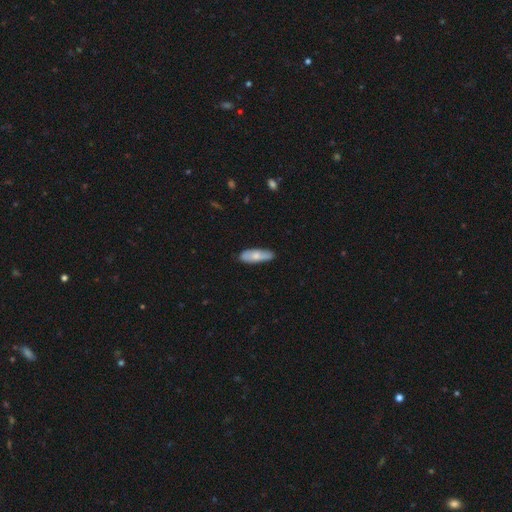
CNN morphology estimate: smooth_or_featured: smooth (p=0.68) [alt: featured or disk p=0.27]
how_rounded: in between (p=0.62) [alt: cigar-shaped p=0.36]
merging: none (p=0.81) [alt: minor disturbance p=0.15]